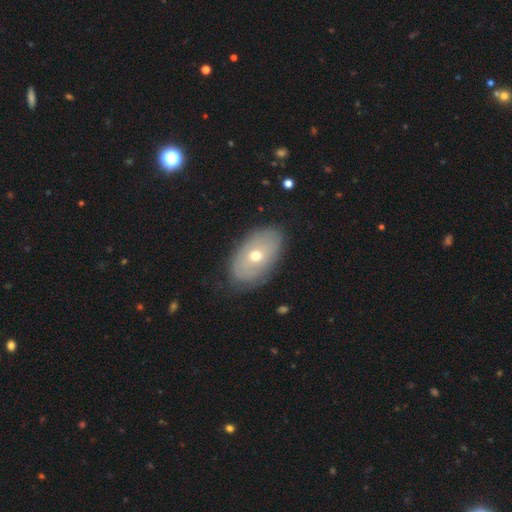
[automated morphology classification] A smooth galaxy with no disk features (48%). Merging: none (78%).